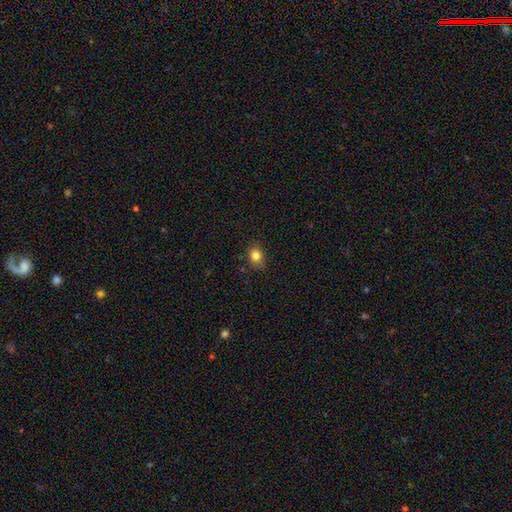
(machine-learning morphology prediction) A smooth galaxy with no disk features (82%) that is round (51%).

Vote fractions:
- Smooth or featured? smooth: 82% / star or artifact: 12% / featured or disk: 6%
- How rounded? round: 51% / in between: 48% / cigar-shaped: 1%
- Merging? none: 80% / minor disturbance: 15% / major disturbance: 3% / merger: 2%